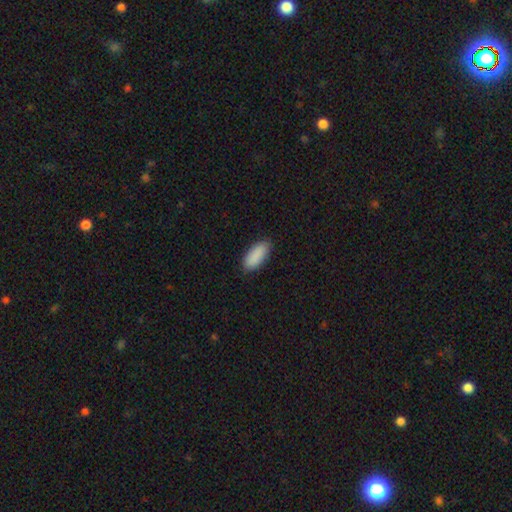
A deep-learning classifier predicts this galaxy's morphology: A smooth galaxy with no disk features (90%) that is in between round and cigar-shaped (87%). Merging: none (84%).